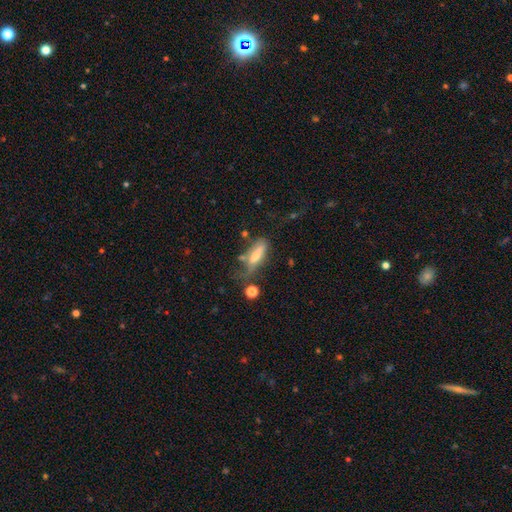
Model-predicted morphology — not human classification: This is likely a smooth galaxy (61%). How rounded: possibly cigar-shaped (53%). Merging: marginally none (38%).